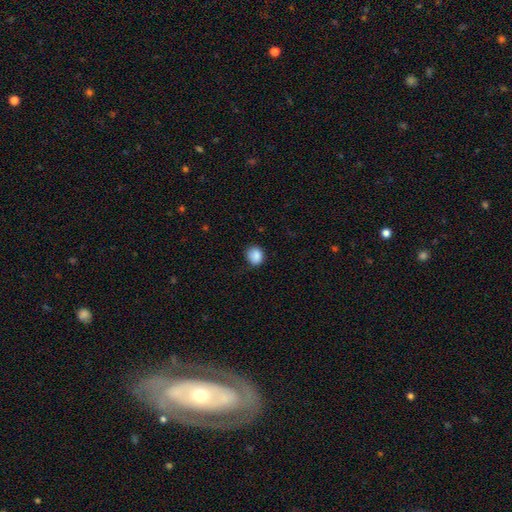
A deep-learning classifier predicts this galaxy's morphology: smooth-or-featured: smooth: 87% | star or artifact: 9% | featured or disk: 4%
  how-rounded: round: 67% | in between: 32% | cigar-shaped: 1%
  merging: none: 72% | minor disturbance: 22% | major disturbance: 4% | merger: 1%